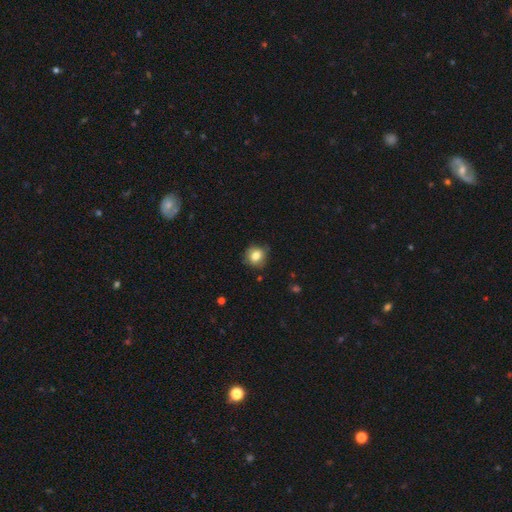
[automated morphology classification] This appears to be a smooth galaxy with no disk features (81%) that is round (83%). Merging: none (77%).